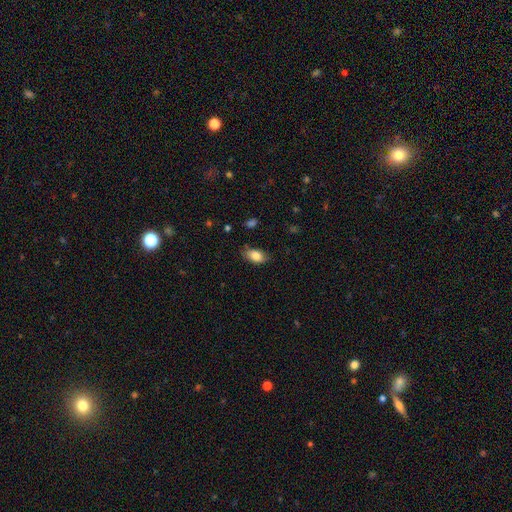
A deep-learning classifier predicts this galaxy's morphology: Overall: smooth (85%). How rounded: in between (90%). Merging: none (75%).